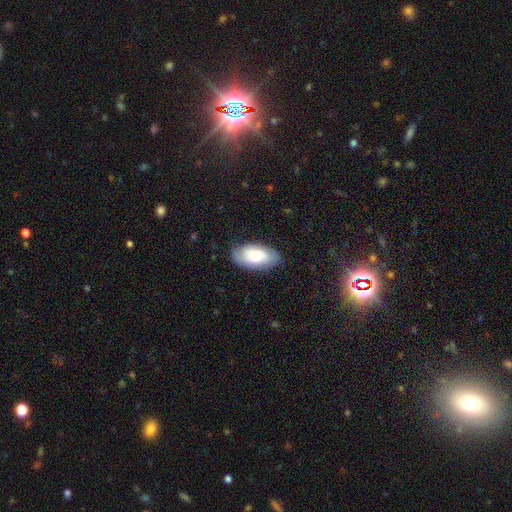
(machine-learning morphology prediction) smooth-or-featured: smooth: 59% | featured or disk: 34% | star or artifact: 6%
  how-rounded: in between: 94% | round: 3% | cigar-shaped: 3%
  merging: none: 76% | minor disturbance: 18% | major disturbance: 4% | merger: 1%